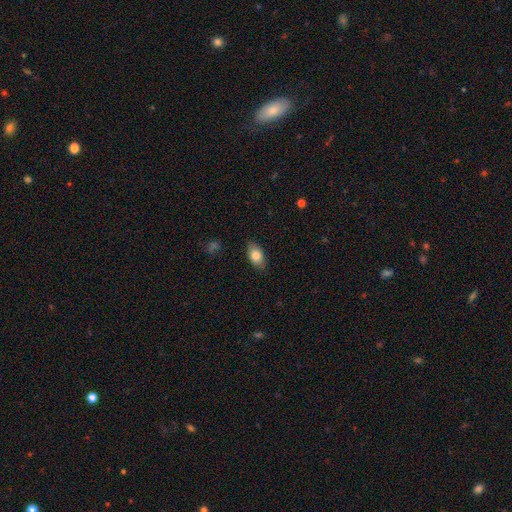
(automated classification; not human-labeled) This appears to be a smooth galaxy with no disk features (81%) that is in between round and cigar-shaped (91%). Merging: none (85%).